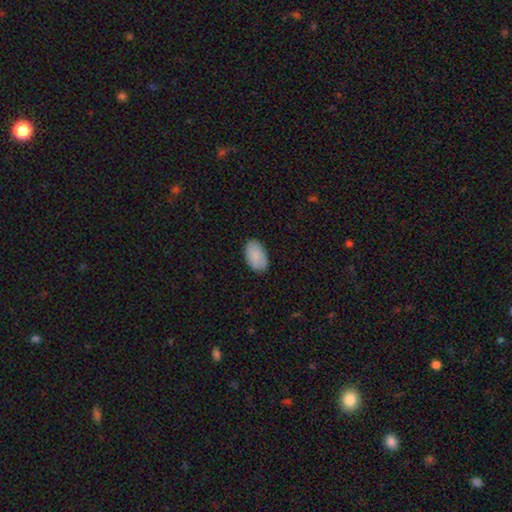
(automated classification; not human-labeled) Smooth or featured: smooth — 88% (star or artifact — 6%)
How rounded: in between — 92% (round — 6%)
Merging: none — 86% (minor disturbance — 11%)